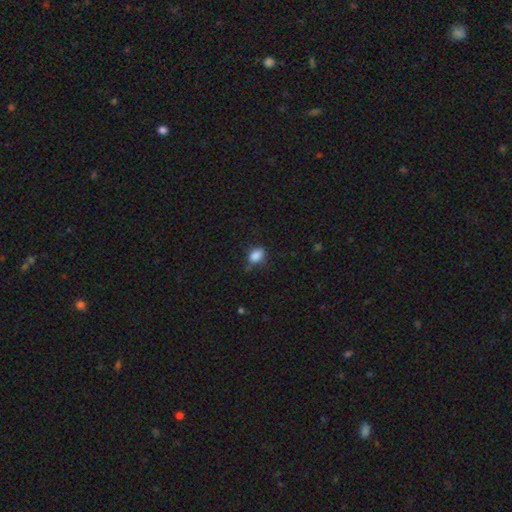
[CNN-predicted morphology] smooth_or_featured: smooth (p=0.84) [alt: star or artifact p=0.10]
how_rounded: in between (p=0.74) [alt: round p=0.24]
merging: none (p=0.56) [alt: minor disturbance p=0.33]